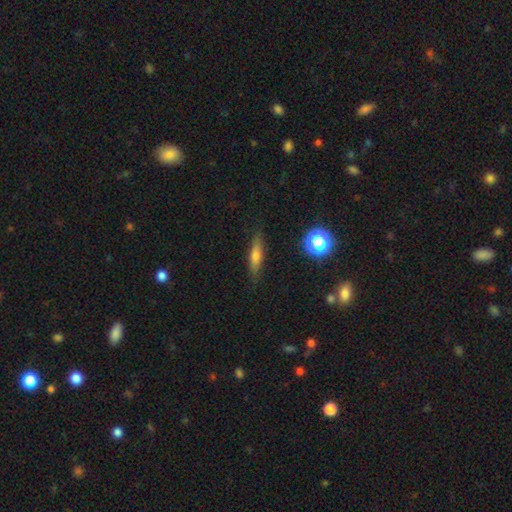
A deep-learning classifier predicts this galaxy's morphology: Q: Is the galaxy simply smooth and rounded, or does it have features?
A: smooth — 61%.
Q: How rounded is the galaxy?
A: cigar-shaped — 69%.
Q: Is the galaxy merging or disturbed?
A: none — 85%.